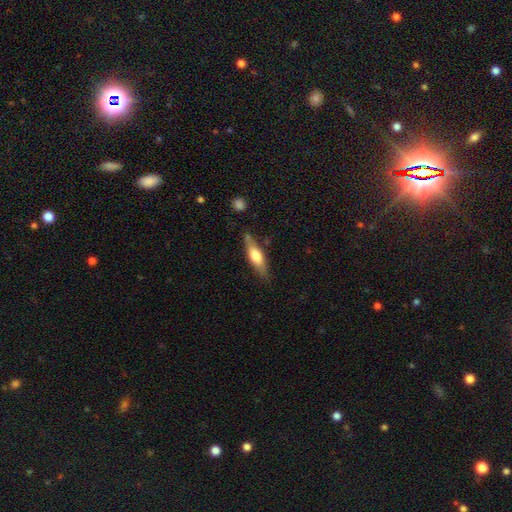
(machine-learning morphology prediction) The model was most divided on "smooth or featured": smooth: 51%, featured or disk: 44%, star or artifact: 6%. More confident: merging — none (76%); how rounded — cigar-shaped (62%).